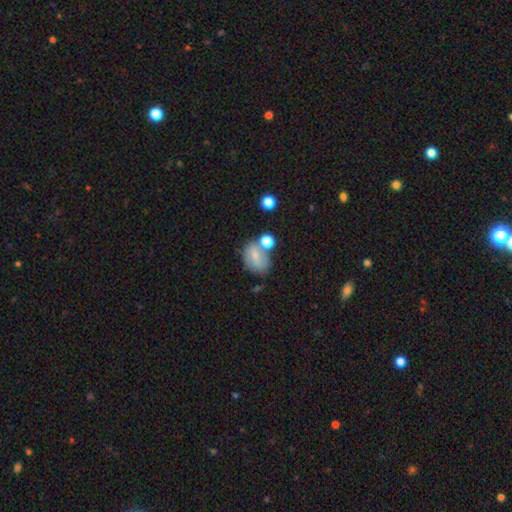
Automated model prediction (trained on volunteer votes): Overall: smooth (66%). How rounded: in between (68%; round 30%). Merging: none (45%; merger 25%).